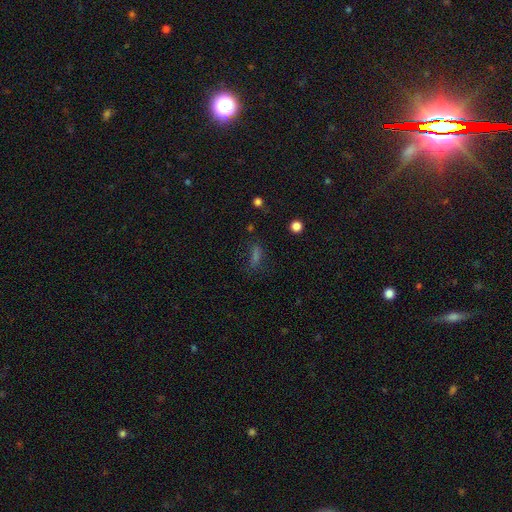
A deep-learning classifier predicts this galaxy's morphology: This is possibly a smooth galaxy (55%). How rounded: possibly in between (47%). Merging: possibly none (60%).